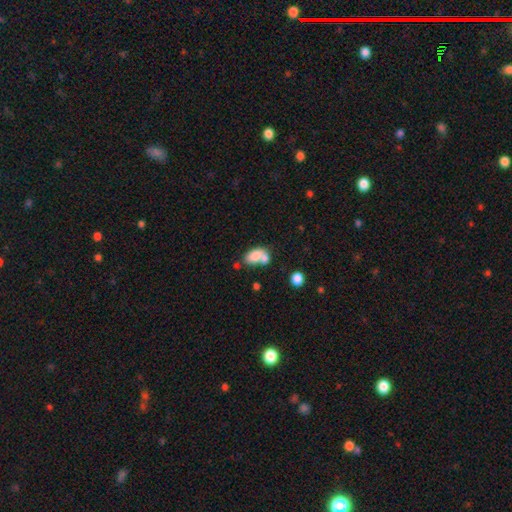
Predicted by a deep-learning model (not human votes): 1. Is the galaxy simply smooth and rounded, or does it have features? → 76% smooth, 15% featured or disk, 9% star or artifact.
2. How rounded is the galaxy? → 88% in between, 9% round, 2% cigar-shaped.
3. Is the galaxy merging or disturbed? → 49% merger, 30% none, 14% minor disturbance, 8% major disturbance.